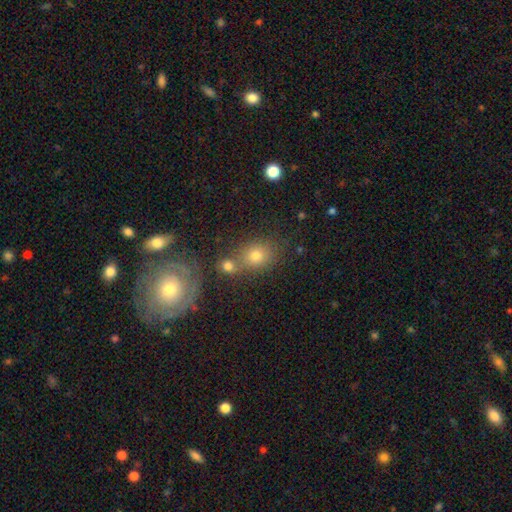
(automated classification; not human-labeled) smooth_or_featured: smooth (p=0.68) [alt: featured or disk p=0.16]
how_rounded: round (p=0.60) [alt: in between p=0.39]
merging: none (p=0.56) [alt: merger p=0.27]